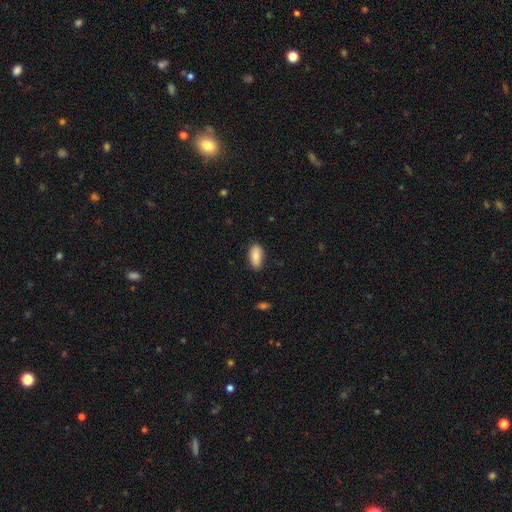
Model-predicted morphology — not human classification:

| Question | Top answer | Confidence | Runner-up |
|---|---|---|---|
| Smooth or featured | smooth | 84% | featured or disk (10%) |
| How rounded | in between | 90% | cigar-shaped (8%) |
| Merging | none | 84% | minor disturbance (13%) |